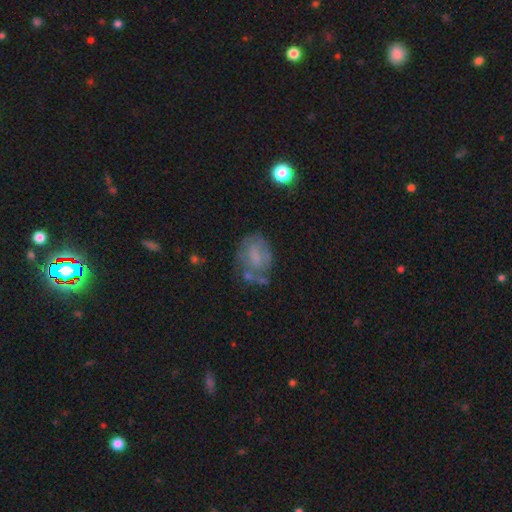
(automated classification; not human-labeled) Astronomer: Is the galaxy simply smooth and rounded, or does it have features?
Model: smooth — 51% (runner-up: featured or disk, 39%).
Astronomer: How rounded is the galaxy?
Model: in between — 63%.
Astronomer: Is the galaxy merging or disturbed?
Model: none — 42% (runner-up: minor disturbance, 28%).